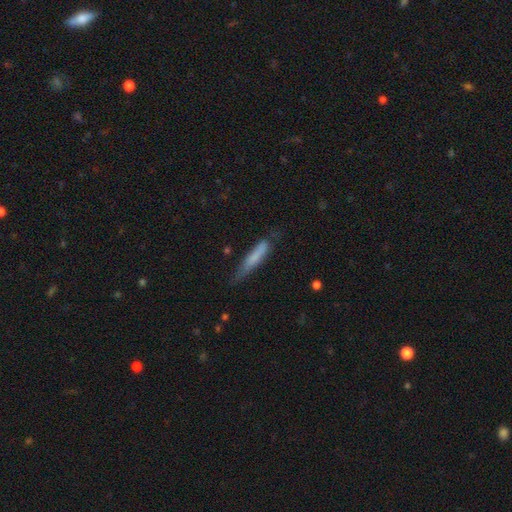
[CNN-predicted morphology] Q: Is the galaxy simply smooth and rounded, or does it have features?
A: smooth — 71%.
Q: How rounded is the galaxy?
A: cigar-shaped — 89%.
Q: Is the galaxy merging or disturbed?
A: none — 56%.